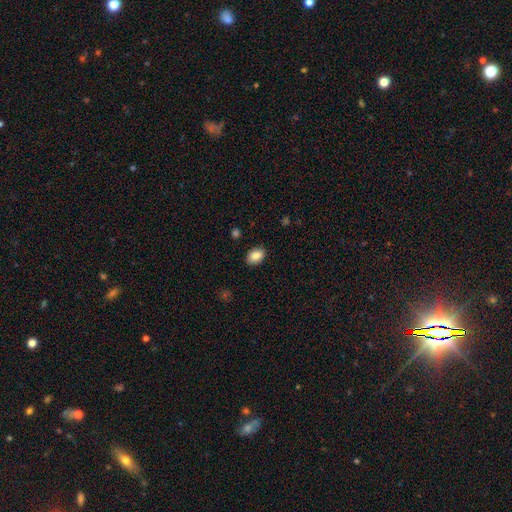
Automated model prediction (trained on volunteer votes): smooth_or_featured: smooth (p=0.83) [alt: featured or disk p=0.08]
how_rounded: in between (p=0.78) [alt: round p=0.21]
merging: none (p=0.88) [alt: minor disturbance p=0.09]